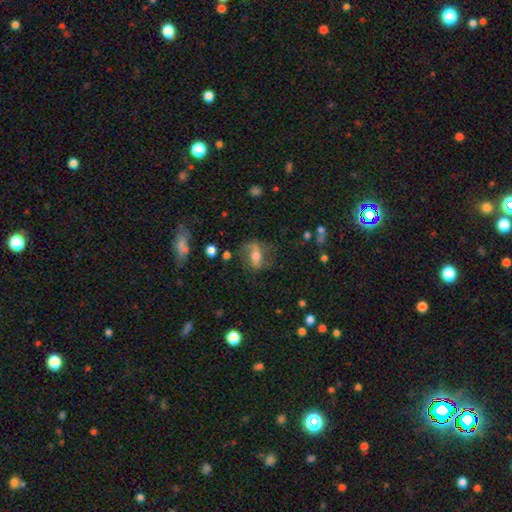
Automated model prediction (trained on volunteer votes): A featured or disk galaxy (54%). Merging: none (60%).